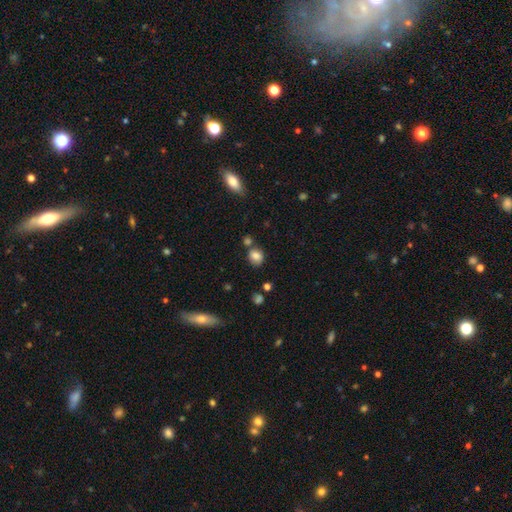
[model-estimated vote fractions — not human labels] Overall: smooth (82%). How rounded: round (65%; in between 33%). Merging: none (67%).